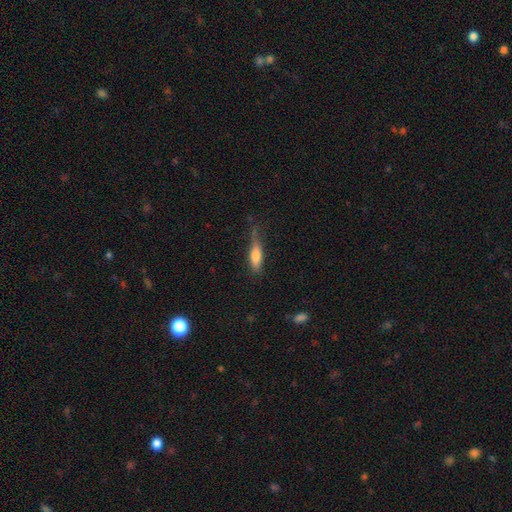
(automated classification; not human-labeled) Overall: smooth (72%). How rounded: cigar-shaped (61%; in between 36%). Merging: none (52%; minor disturbance 33%).